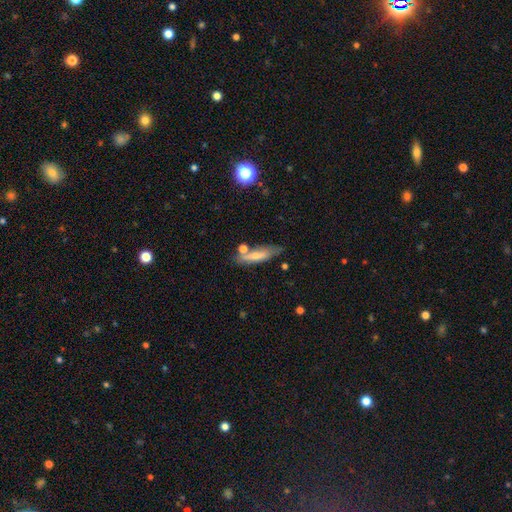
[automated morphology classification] Smooth or featured?
  - smooth: 61% *
  - featured or disk: 32%
  - star or artifact: 7%
How rounded?
  - cigar-shaped: 68% *
  - in between: 29%
  - round: 3%
Merging?
  - none: 65% *
  - minor disturbance: 19%
  - merger: 12%
  - major disturbance: 5%